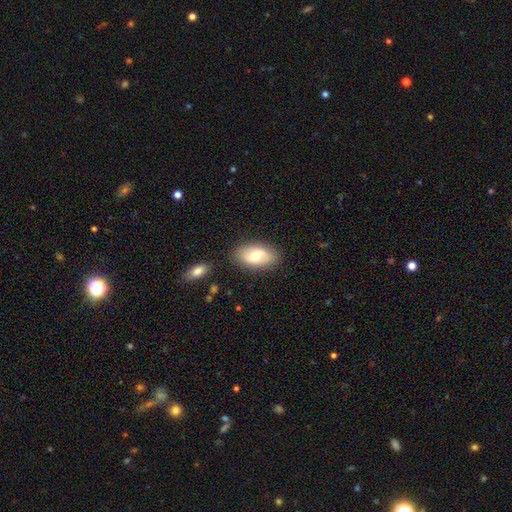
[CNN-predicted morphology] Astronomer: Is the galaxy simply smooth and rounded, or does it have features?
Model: smooth — 65%.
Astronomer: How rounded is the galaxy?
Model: in between — 92%.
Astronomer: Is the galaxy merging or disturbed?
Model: none — 83%.